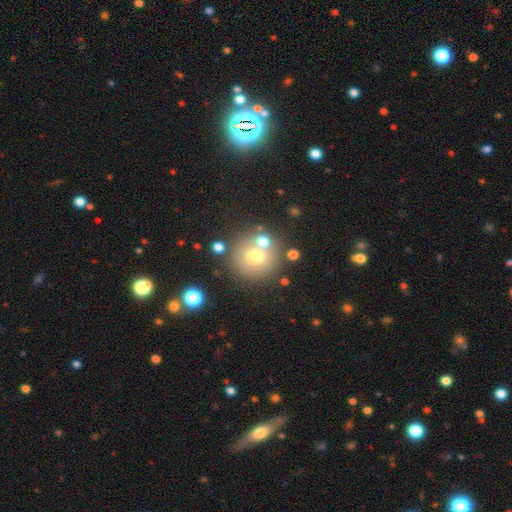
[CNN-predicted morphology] smooth 67%, featured or disk 17%, star or artifact 16%. Down the decision tree: how rounded — round (93%); merging — none (72%).